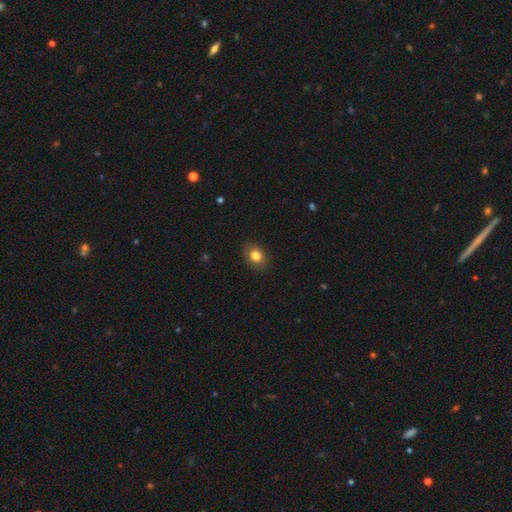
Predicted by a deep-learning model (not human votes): Q: Smooth or featured?
A: smooth (82%); runner-up: star or artifact (10%)
Q: How rounded?
A: in between (55%); runner-up: round (44%)
Q: Merging?
A: none (88%); runner-up: minor disturbance (9%)